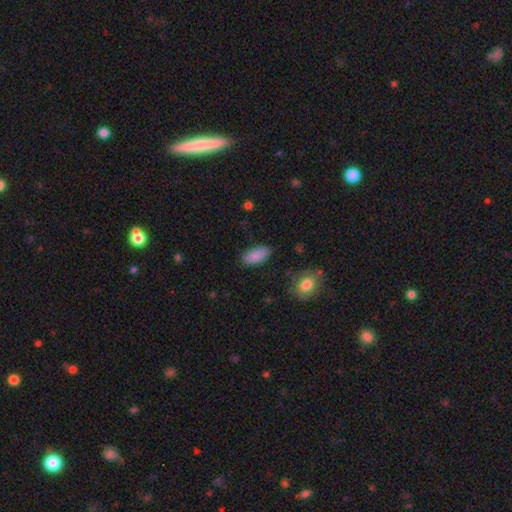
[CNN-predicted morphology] Q: Smooth or featured?
A: smooth (87%); runner-up: star or artifact (7%)
Q: How rounded?
A: in between (91%); runner-up: cigar-shaped (7%)
Q: Merging?
A: none (85%); runner-up: minor disturbance (11%)